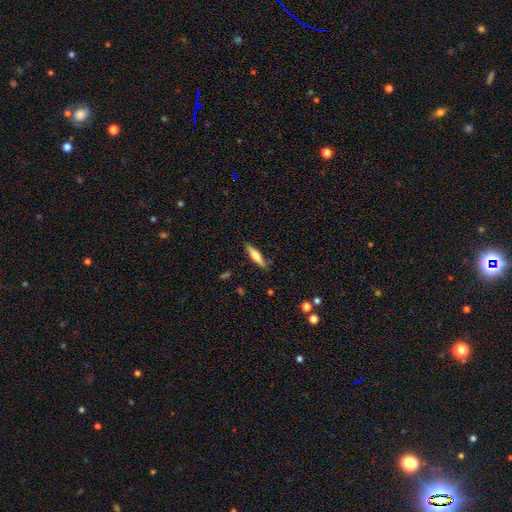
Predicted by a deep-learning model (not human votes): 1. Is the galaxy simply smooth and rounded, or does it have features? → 56% smooth, 38% featured or disk, 6% star or artifact.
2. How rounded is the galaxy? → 81% cigar-shaped, 17% in between, 2% round.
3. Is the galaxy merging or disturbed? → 86% none, 10% minor disturbance, 2% major disturbance, 2% merger.